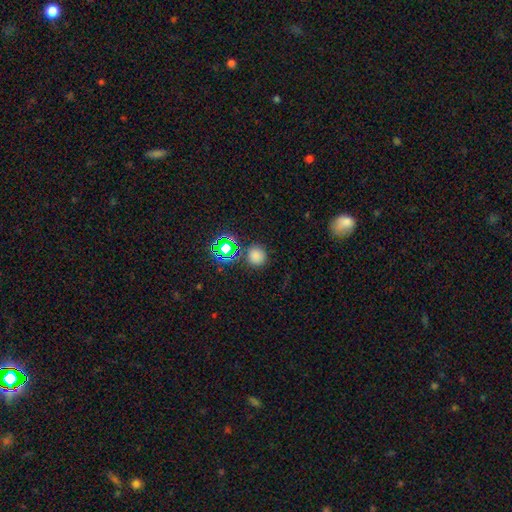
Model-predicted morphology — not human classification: Smooth or featured? smooth (72%)
How rounded? round (91%)
Merging? none (85%)